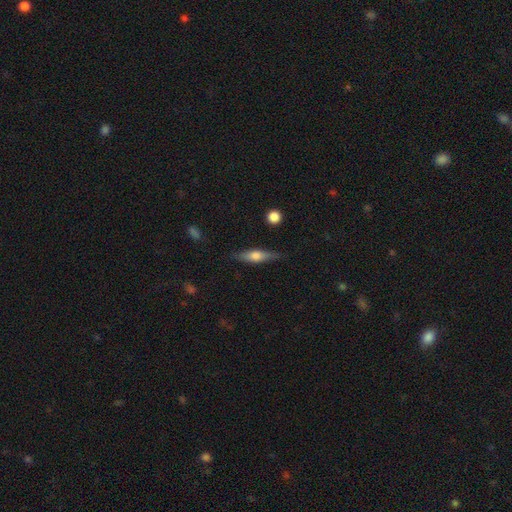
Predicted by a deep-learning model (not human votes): featured or disk 49%, smooth 45%, star or artifact 7%. Down the decision tree: merging — none (82%).